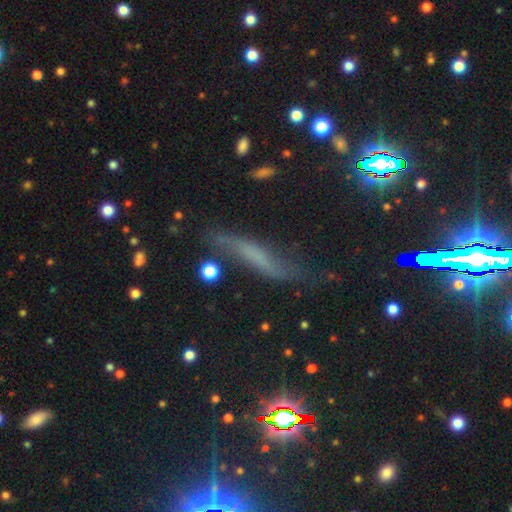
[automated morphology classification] smooth_or_featured: featured or disk (p=0.42) [alt: smooth p=0.39]
merging: none (p=0.57) [alt: minor disturbance p=0.27]